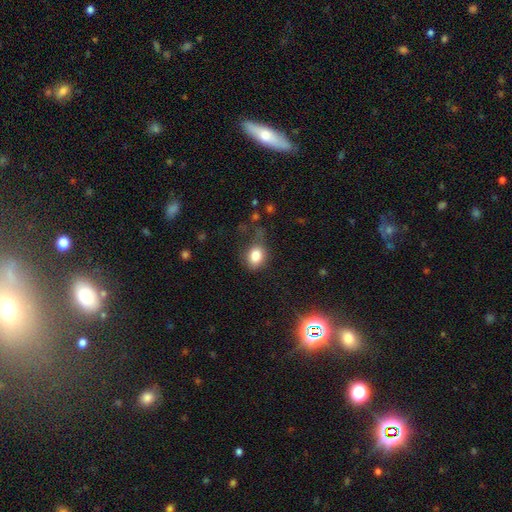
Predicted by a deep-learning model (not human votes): Smooth or featured? Predicted: smooth (p=0.82). How rounded? Predicted: in between (p=0.56). Merging? Predicted: none (p=0.62).